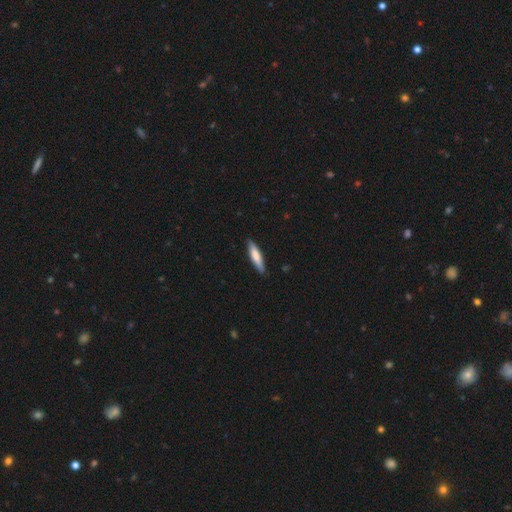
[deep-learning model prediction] Smooth or featured? smooth (72%)
How rounded? cigar-shaped (80%)
Merging? none (88%)